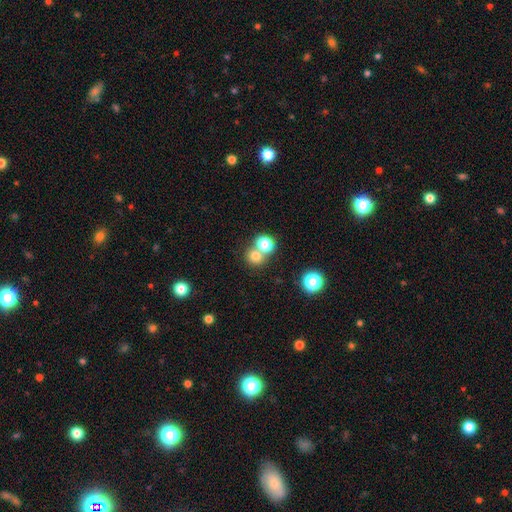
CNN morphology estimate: This appears to be a smooth galaxy with no disk features (75%) that is round (84%). Merging: none (49%).